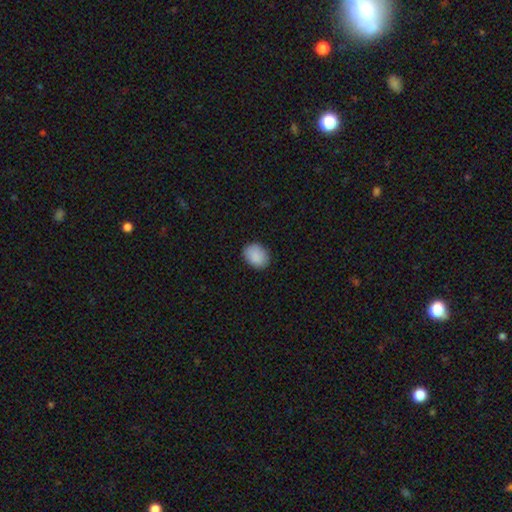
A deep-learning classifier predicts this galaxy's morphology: Smooth or featured?
  - smooth: 89% *
  - star or artifact: 7%
  - featured or disk: 4%
How rounded?
  - in between: 63% *
  - round: 36%
  - cigar-shaped: 1%
Merging?
  - none: 84% *
  - minor disturbance: 12%
  - major disturbance: 2%
  - merger: 1%